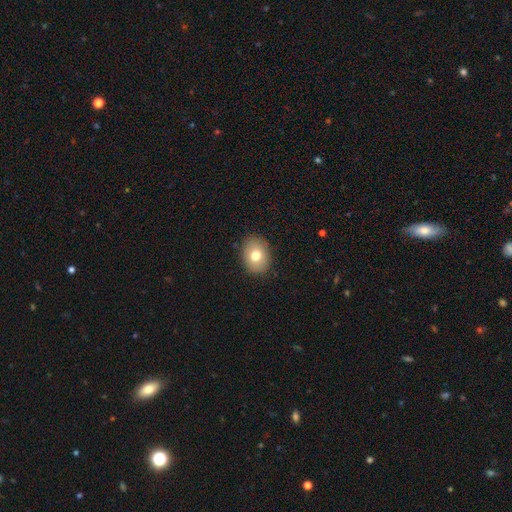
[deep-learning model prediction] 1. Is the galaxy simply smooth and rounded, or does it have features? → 74% smooth, 16% featured or disk, 9% star or artifact.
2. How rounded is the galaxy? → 60% in between, 39% round, 1% cigar-shaped.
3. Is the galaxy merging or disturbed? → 88% none, 9% minor disturbance, 2% major disturbance, 1% merger.